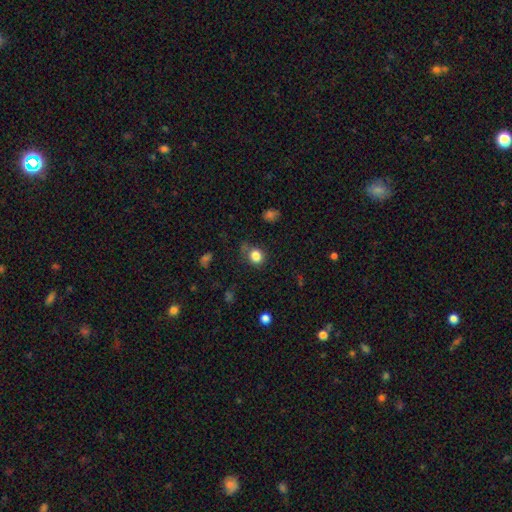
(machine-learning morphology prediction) A smooth galaxy with no disk features (83%) that is round (70%).

Vote fractions:
- Smooth or featured? smooth: 83% / star or artifact: 11% / featured or disk: 6%
- How rounded? round: 70% / in between: 29% / cigar-shaped: 1%
- Merging? none: 70% / minor disturbance: 20% / major disturbance: 7% / merger: 3%